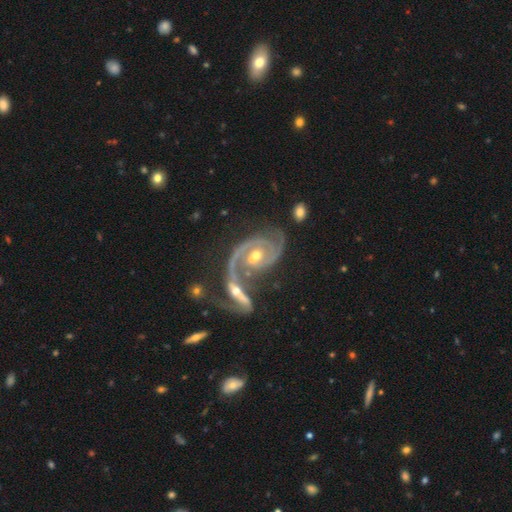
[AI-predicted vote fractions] The model was most divided on "merging": none: 38%, merger: 37%, minor disturbance: 13%, major disturbance: 12%. Remaining: edge-on disk — no (97%); spiral arms — yes (96%); smooth or featured — featured or disk (90%); spiral arm count — 2 (77%); bar — no (59%); bulge size — moderate (54%); spiral winding — medium (48%).